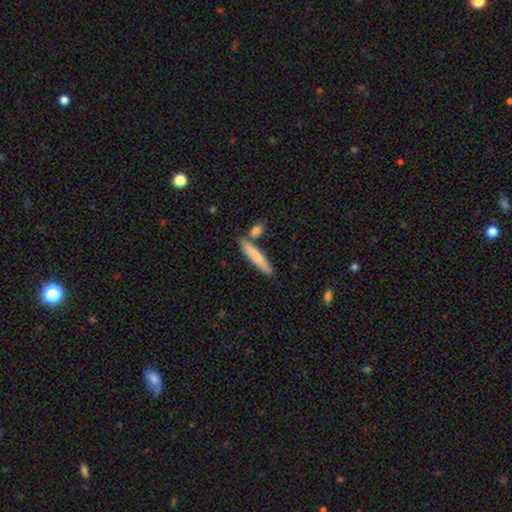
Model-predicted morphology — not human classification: Smooth or featured?
  - smooth: 75% *
  - featured or disk: 19%
  - star or artifact: 5%
How rounded?
  - cigar-shaped: 91% *
  - in between: 8%
  - round: 2%
Merging?
  - none: 78% *
  - minor disturbance: 11%
  - merger: 9%
  - major disturbance: 2%